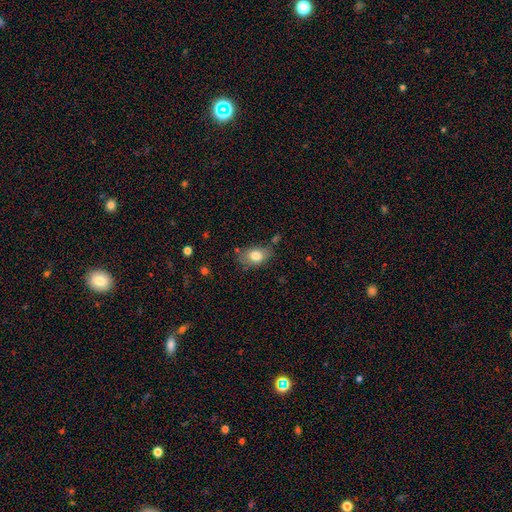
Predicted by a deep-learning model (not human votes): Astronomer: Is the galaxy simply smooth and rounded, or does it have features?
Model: smooth — 80%.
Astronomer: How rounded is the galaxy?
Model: in between — 81%.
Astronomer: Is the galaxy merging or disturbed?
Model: none — 65%.